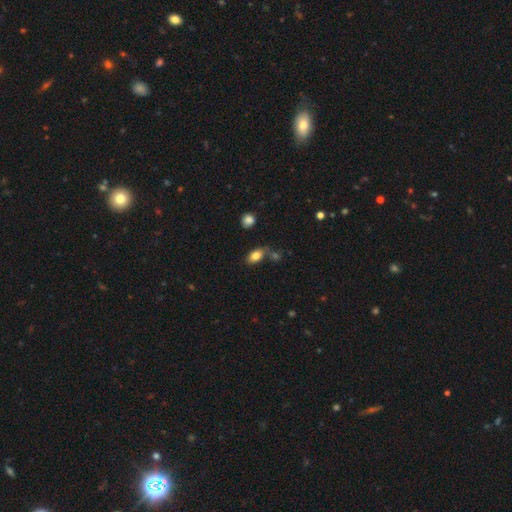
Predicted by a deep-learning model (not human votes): Smooth or featured: smooth — 82% (featured or disk — 9%)
How rounded: in between — 89% (round — 9%)
Merging: none — 67% (minor disturbance — 15%)